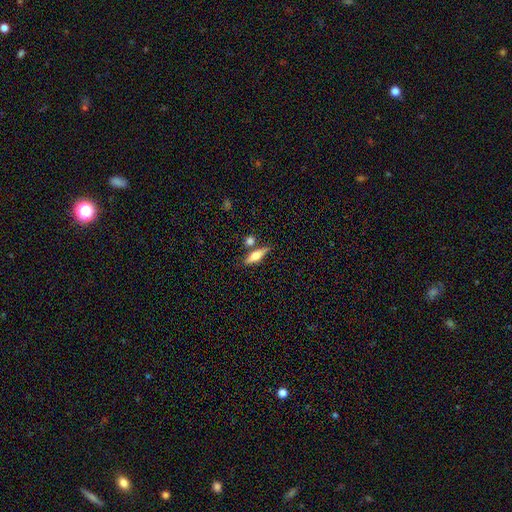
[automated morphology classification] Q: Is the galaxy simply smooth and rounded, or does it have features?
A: smooth — 49%.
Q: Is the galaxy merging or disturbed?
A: none — 73%.